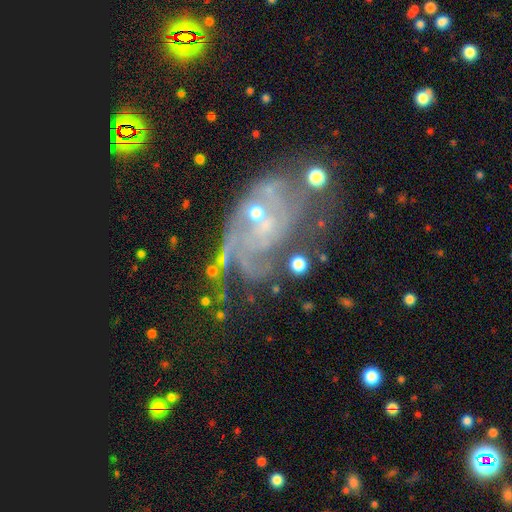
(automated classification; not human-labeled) smooth_or_featured: featured or disk (p=0.77) [alt: smooth p=0.12]
disk_edge_on: no (p=0.96) [alt: yes p=0.04]
bar: no (p=0.71) [alt: weak p=0.24]
has_spiral_arms: yes (p=0.79) [alt: no p=0.21]
spiral_winding: tight (p=0.42) [alt: medium p=0.37]
spiral_arm_count: can't tell (p=0.38) [alt: 2 p=0.26]
bulge_size: small (p=0.59) [alt: moderate p=0.30]
merging: none (p=0.42) [alt: major disturbance p=0.27]